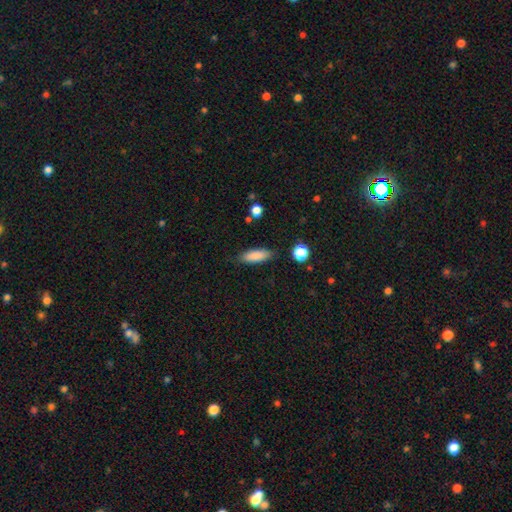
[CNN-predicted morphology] smooth-or-featured: smooth: 86% | star or artifact: 7% | featured or disk: 7%
  how-rounded: in between: 58% | cigar-shaped: 40% | round: 2%
  merging: none: 84% | minor disturbance: 11% | major disturbance: 3% | merger: 2%